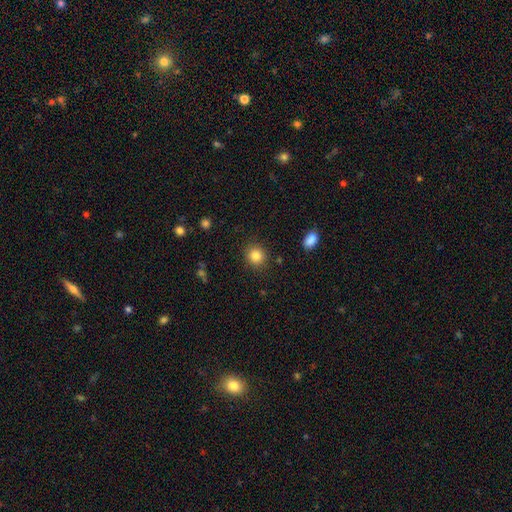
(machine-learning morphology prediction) A smooth galaxy with no disk features (85%) that is round (86%). Merging: none (88%).